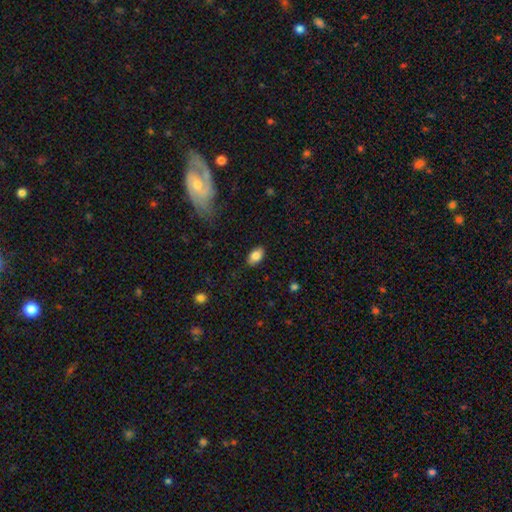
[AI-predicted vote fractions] The model was most divided on "smooth or featured": smooth: 83%, featured or disk: 9%, star or artifact: 8%. More confident: how rounded — in between (92%); merging — none (86%).